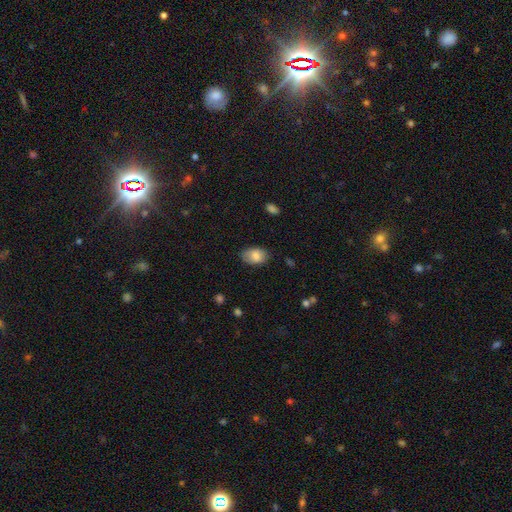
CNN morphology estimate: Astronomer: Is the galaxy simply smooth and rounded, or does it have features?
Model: smooth — 82%.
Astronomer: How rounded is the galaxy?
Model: in between — 88%.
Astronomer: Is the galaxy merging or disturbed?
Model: none — 79%.